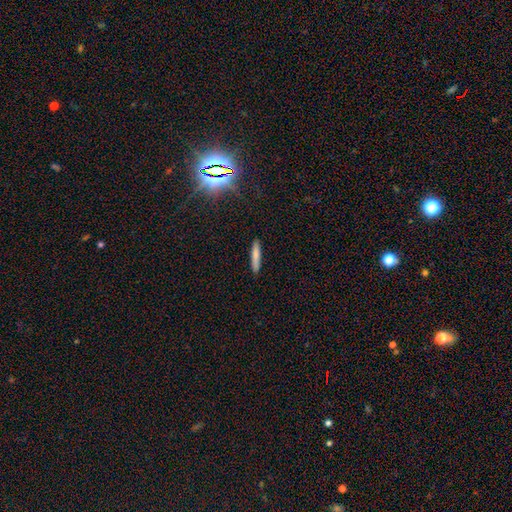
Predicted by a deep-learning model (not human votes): Smooth or featured? smooth (78%)
How rounded? cigar-shaped (90%)
Merging? none (90%)